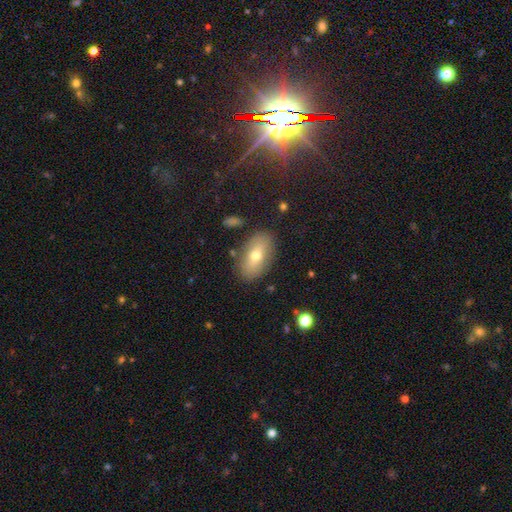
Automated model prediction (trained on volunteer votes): A smooth galaxy with no disk features (63%) that is in between round and cigar-shaped (89%). Merging: none (83%).